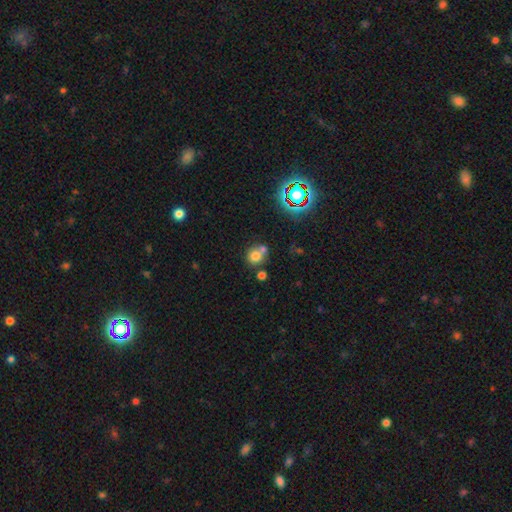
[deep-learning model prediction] Smooth or featured? smooth (73%)
How rounded? round (85%)
Merging? none (51%)